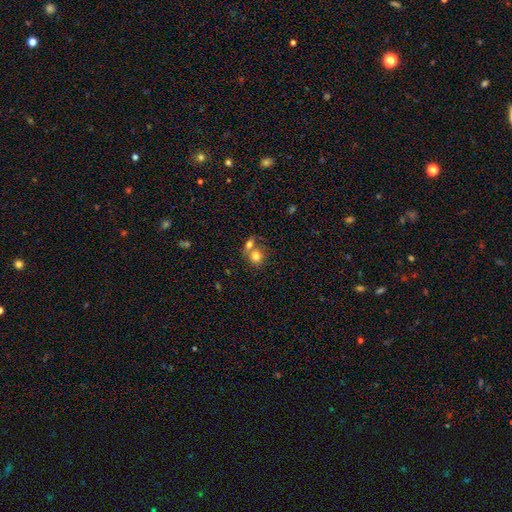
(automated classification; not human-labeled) A smooth galaxy with no disk features (78%) that is round (69%).

Vote fractions:
- Smooth or featured? smooth: 78% / featured or disk: 12% / star or artifact: 10%
- How rounded? round: 69% / in between: 30% / cigar-shaped: 1%
- Merging? merger: 49% / none: 37% / minor disturbance: 9% / major disturbance: 5%